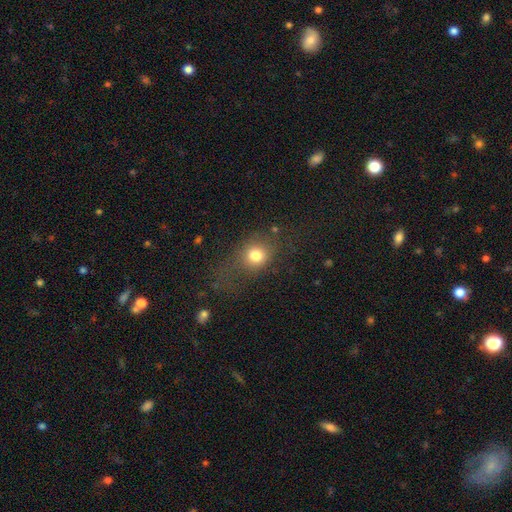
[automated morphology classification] smooth 76%, star or artifact 13%, featured or disk 11%. Down the decision tree: how rounded — round (66%); merging — none (56%).